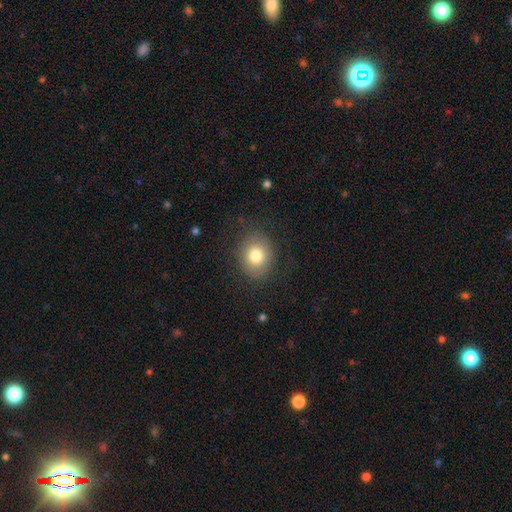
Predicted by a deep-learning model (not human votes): Smooth or featured: smooth — 77% (featured or disk — 14%)
How rounded: round — 62% (in between — 37%)
Merging: none — 82% (minor disturbance — 12%)